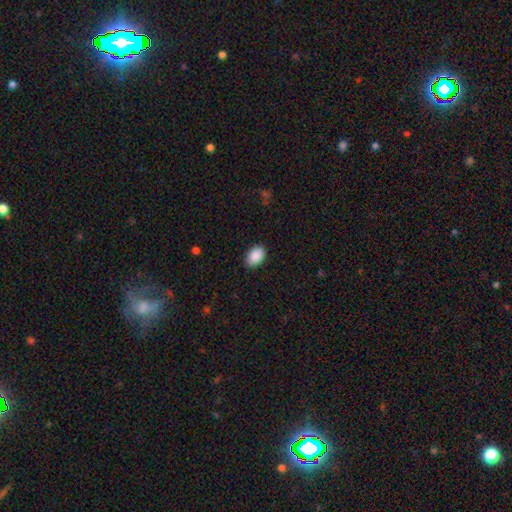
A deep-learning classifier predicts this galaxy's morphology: This is clearly a smooth galaxy (90%). How rounded: clearly in between (91%). Merging: clearly none (87%).